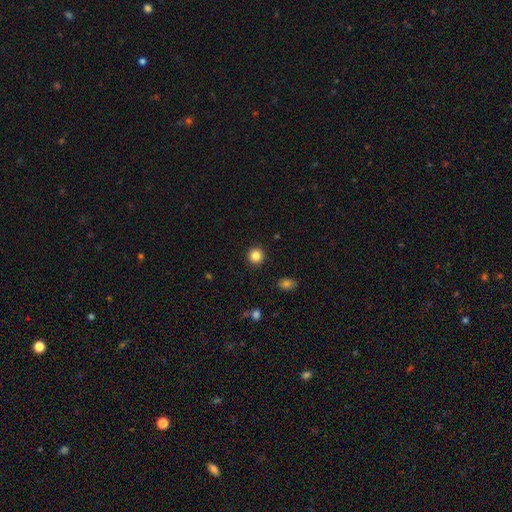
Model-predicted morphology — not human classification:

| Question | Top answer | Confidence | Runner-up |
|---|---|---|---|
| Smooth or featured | smooth | 85% | star or artifact (10%) |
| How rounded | round | 93% | in between (6%) |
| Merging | none | 93% | minor disturbance (5%) |